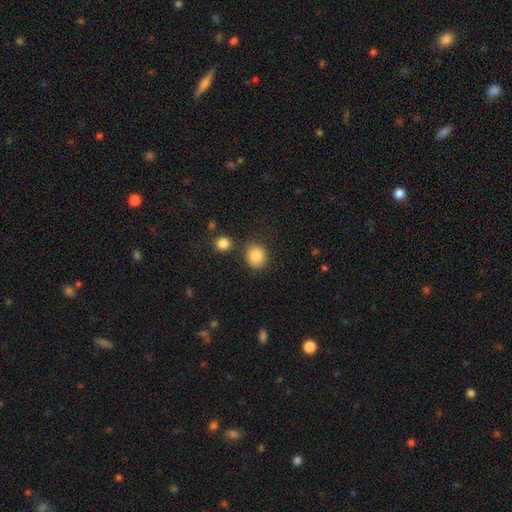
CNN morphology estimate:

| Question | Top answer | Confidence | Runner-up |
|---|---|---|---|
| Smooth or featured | smooth | 85% | star or artifact (9%) |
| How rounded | round | 81% | in between (18%) |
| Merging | none | 80% | minor disturbance (10%) |